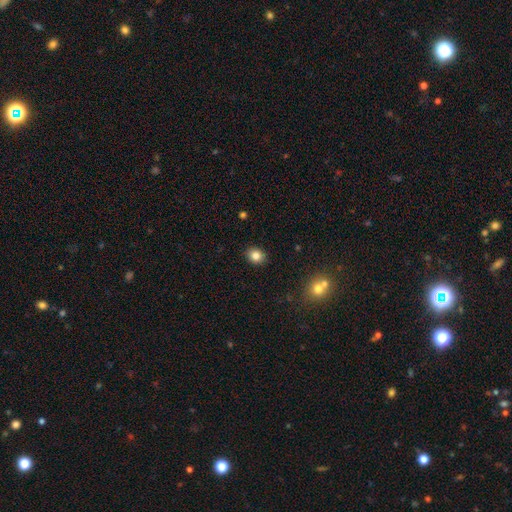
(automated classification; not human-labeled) smooth 83%, star or artifact 11%, featured or disk 6%. Down the decision tree: how rounded — round (59%); merging — none (90%).